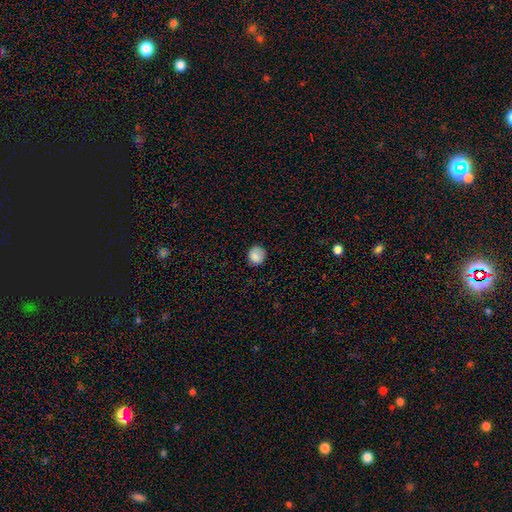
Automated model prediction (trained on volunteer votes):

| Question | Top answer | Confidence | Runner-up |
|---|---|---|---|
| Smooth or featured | smooth | 87% | star or artifact (9%) |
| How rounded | round | 86% | in between (13%) |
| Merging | none | 83% | minor disturbance (13%) |